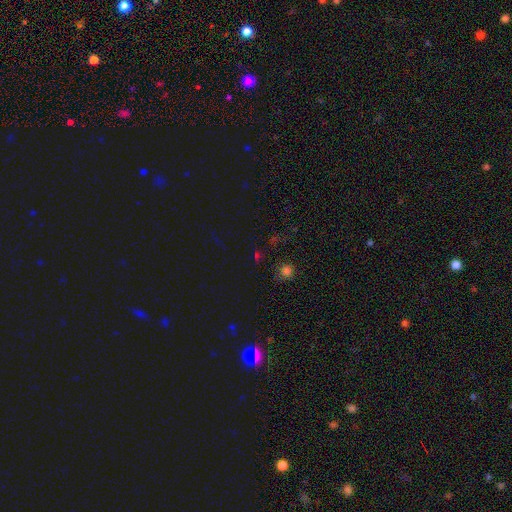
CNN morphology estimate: This appears to be a star or artifact, not a galaxy (62%).